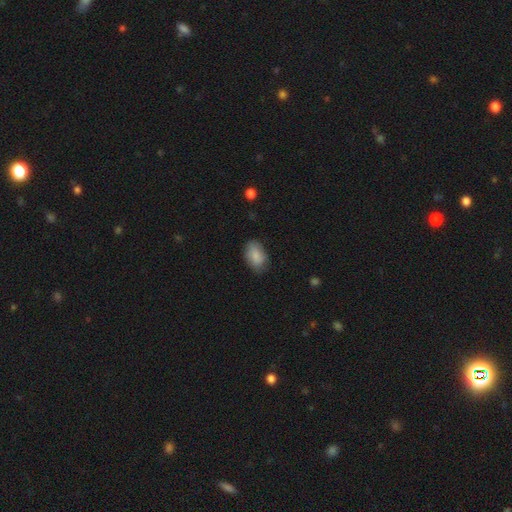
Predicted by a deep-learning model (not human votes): Smooth or featured? smooth (84%)
How rounded? in between (89%)
Merging? none (72%)